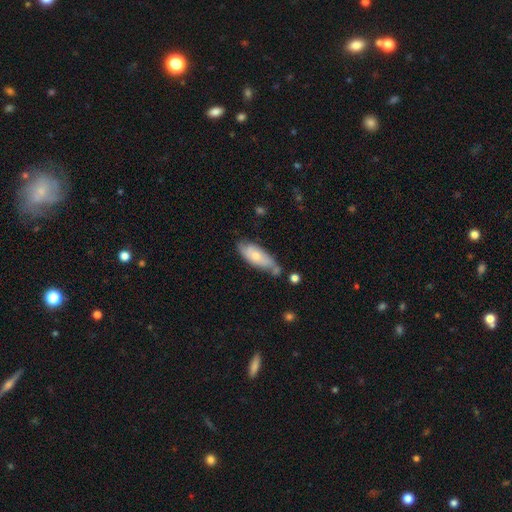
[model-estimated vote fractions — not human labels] This is possibly a smooth galaxy (58%). How rounded: likely in between (72%). Merging: possibly none (52%).